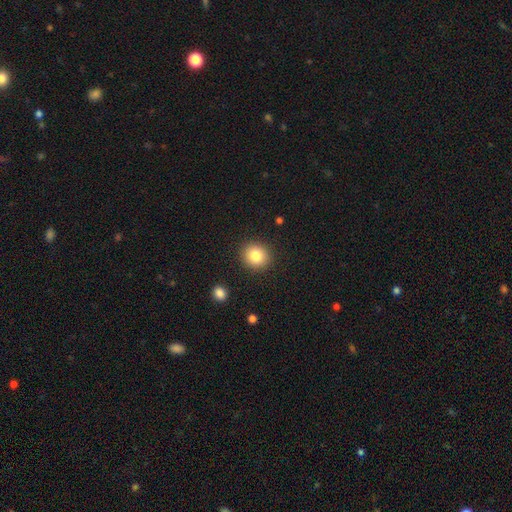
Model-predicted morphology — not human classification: This appears to be a smooth galaxy with no disk features (83%) that is round (84%). Merging: none (90%).